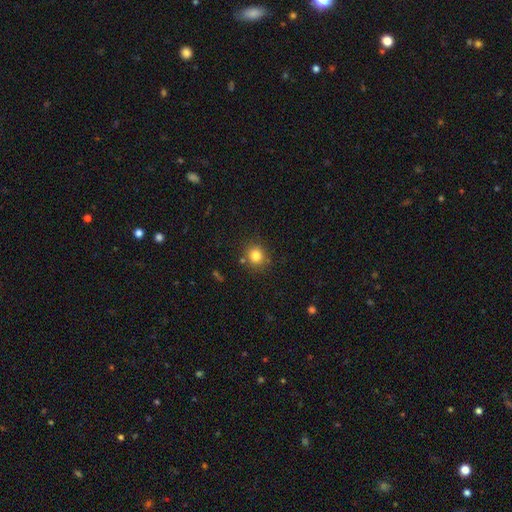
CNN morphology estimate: A smooth galaxy with no disk features (81%) that is round (85%).

Vote fractions:
- Smooth or featured? smooth: 81% / star or artifact: 12% / featured or disk: 6%
- How rounded? round: 85% / in between: 14% / cigar-shaped: 1%
- Merging? none: 83% / minor disturbance: 10% / merger: 5% / major disturbance: 3%